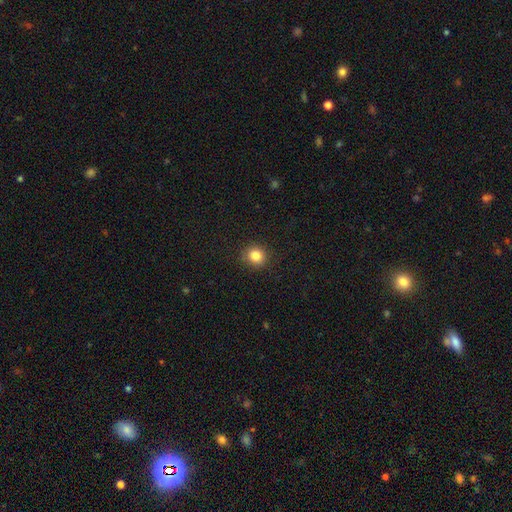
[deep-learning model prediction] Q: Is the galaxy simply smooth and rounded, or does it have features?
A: smooth — 84%.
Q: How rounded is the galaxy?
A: round — 85%.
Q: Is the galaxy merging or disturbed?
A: none — 89%.